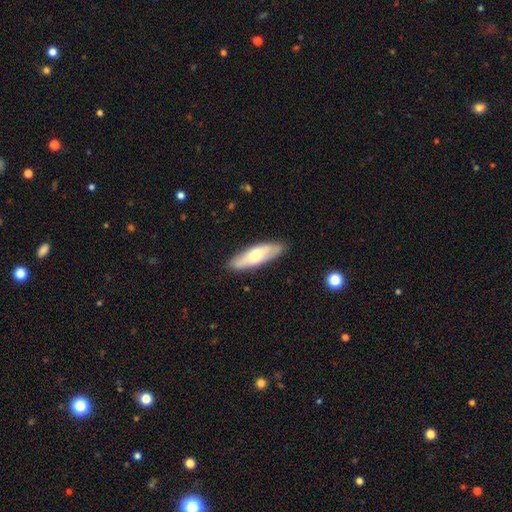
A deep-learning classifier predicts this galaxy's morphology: This is possibly a smooth galaxy (54%). How rounded: possibly in between (50%). Merging: clearly none (86%).